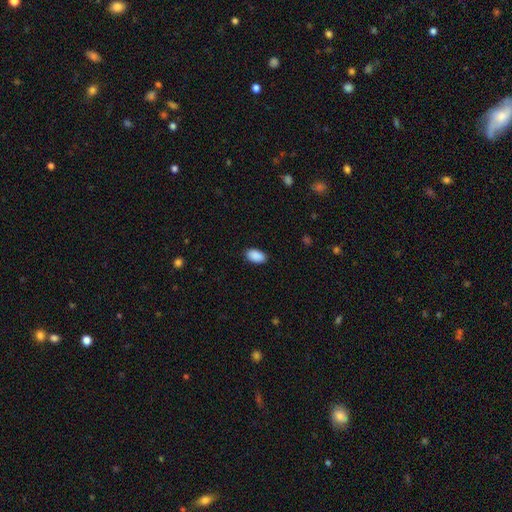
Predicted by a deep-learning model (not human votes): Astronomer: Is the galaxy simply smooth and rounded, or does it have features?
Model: smooth — 91%.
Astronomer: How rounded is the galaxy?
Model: in between — 94%.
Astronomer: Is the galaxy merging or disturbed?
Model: none — 88%.